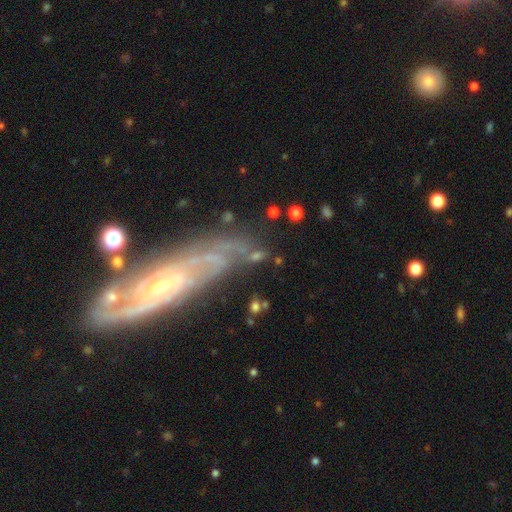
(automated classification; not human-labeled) Q: Smooth or featured?
A: smooth (46%); runner-up: featured or disk (36%)
Q: Merging?
A: none (62%); runner-up: minor disturbance (17%)